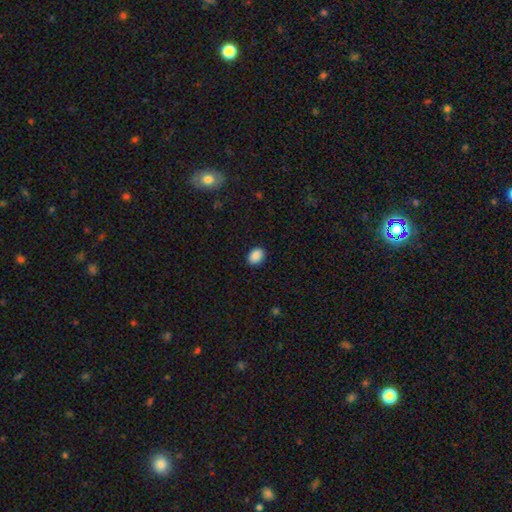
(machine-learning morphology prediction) A smooth galaxy with no disk features (90%) that is in between round and cigar-shaped (71%).

Vote fractions:
- Smooth or featured? smooth: 90% / star or artifact: 8% / featured or disk: 3%
- How rounded? in between: 71% / round: 28% / cigar-shaped: 1%
- Merging? none: 89% / minor disturbance: 8% / major disturbance: 2% / merger: 1%